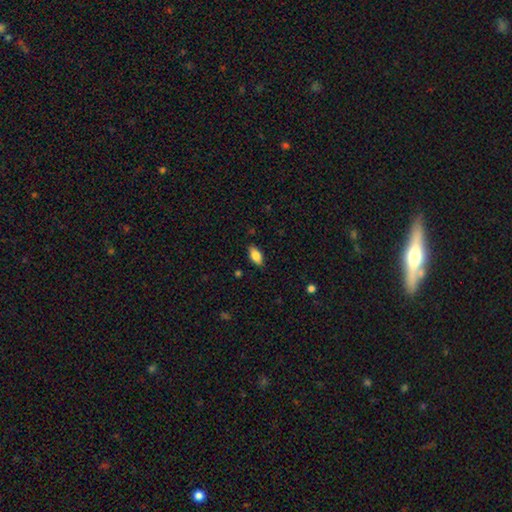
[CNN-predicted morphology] Smooth or featured? Predicted: smooth (p=0.83). How rounded? Predicted: in between (p=0.89). Merging? Predicted: none (p=0.86).